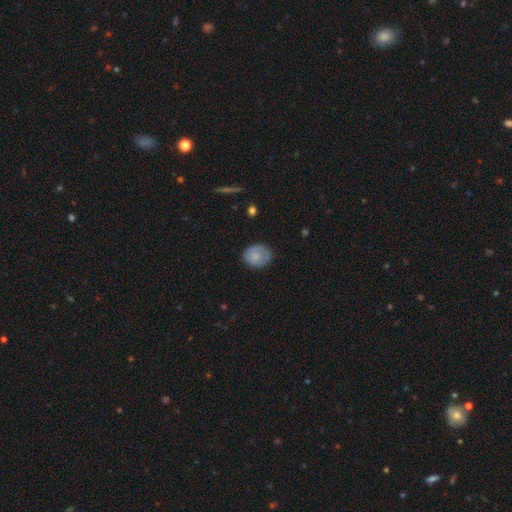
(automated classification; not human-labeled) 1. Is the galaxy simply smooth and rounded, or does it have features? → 72% smooth, 20% featured or disk, 7% star or artifact.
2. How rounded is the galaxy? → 60% round, 39% in between, 1% cigar-shaped.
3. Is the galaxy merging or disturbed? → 73% none, 21% minor disturbance, 5% major disturbance, 1% merger.